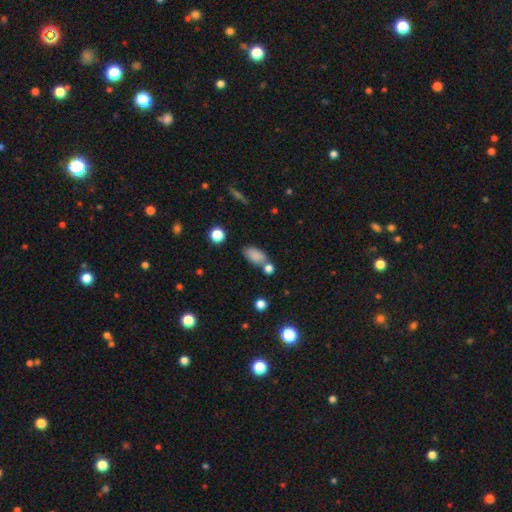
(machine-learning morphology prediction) type=smooth (84%); roundness=in between (89%); merging=none (60%).